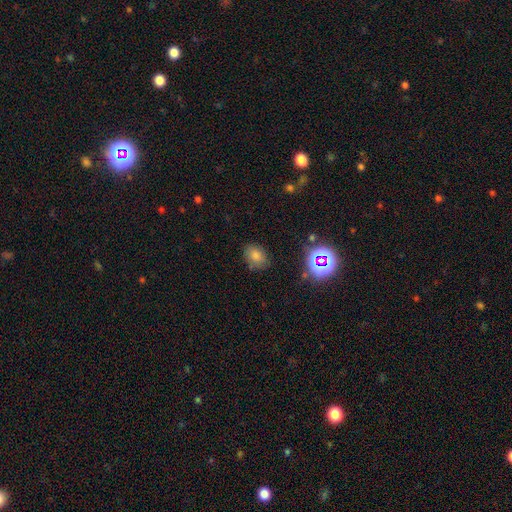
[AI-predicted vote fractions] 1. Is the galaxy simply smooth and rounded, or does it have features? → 74% smooth, 17% star or artifact, 9% featured or disk.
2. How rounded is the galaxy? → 66% in between, 33% round, 1% cigar-shaped.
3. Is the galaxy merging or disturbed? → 77% none, 17% minor disturbance, 4% major disturbance, 2% merger.